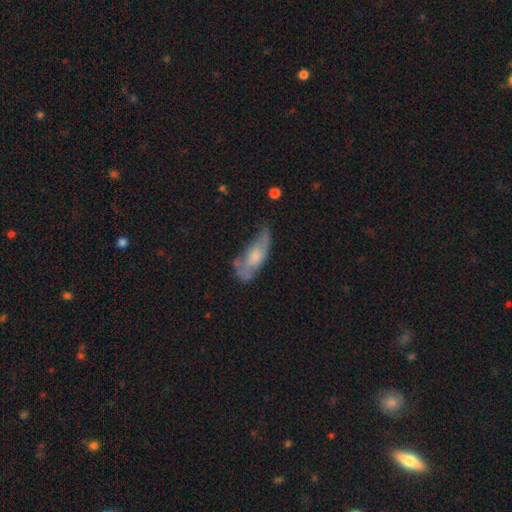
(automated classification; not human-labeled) The model was most divided on "merging" (2-way tie): none: 36%, minor disturbance: 36%, major disturbance: 23%, merger: 5%. Remaining: smooth or featured — smooth (49%).